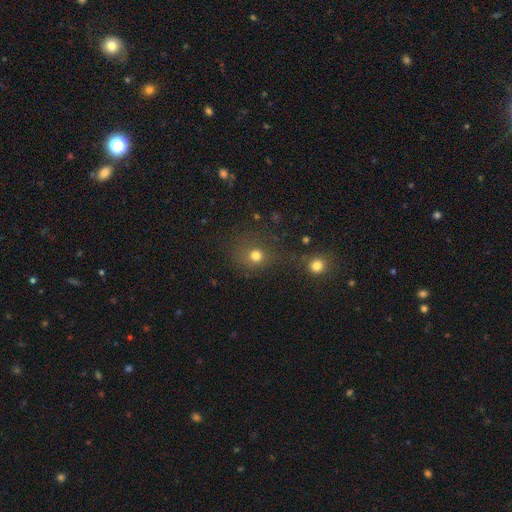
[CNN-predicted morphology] The model was most divided on "merging": none: 64%, minor disturbance: 13%, merger: 13%, major disturbance: 10%. More confident: how rounded — round (84%); smooth or featured — smooth (73%).